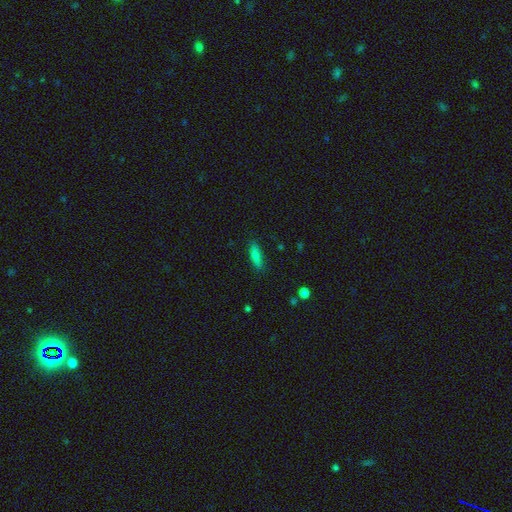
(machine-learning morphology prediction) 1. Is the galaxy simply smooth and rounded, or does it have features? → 81% smooth, 11% featured or disk, 8% star or artifact.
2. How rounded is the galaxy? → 57% cigar-shaped, 41% in between, 2% round.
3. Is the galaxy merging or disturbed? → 85% none, 11% minor disturbance, 2% major disturbance, 1% merger.